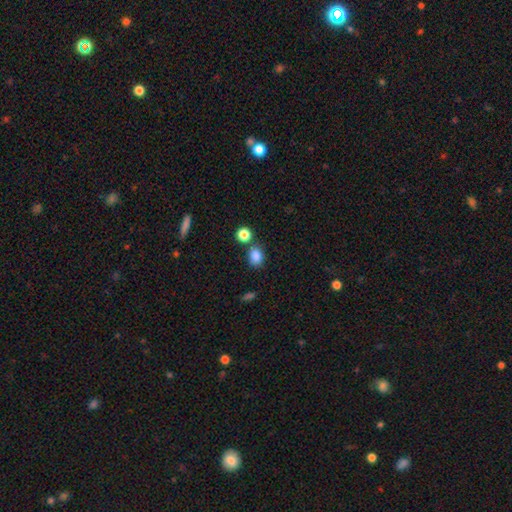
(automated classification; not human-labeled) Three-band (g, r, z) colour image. It shows a smooth galaxy with no disk features (85%) that is in between round and cigar-shaped (63%). Merging: none (68%).